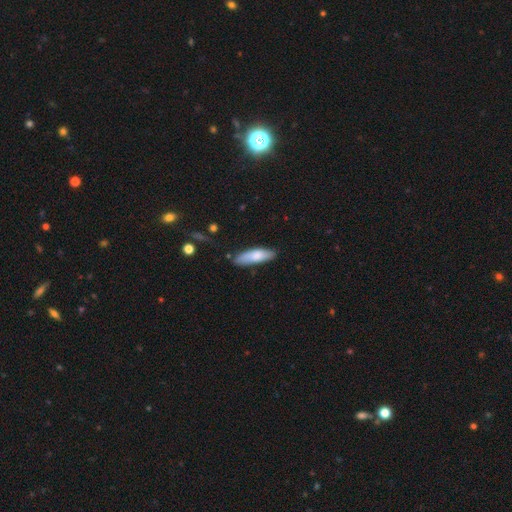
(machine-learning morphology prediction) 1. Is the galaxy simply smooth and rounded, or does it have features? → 77% smooth, 17% featured or disk, 6% star or artifact.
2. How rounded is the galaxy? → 56% cigar-shaped, 43% in between, 2% round.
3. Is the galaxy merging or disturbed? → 76% none, 19% minor disturbance, 3% major disturbance, 2% merger.